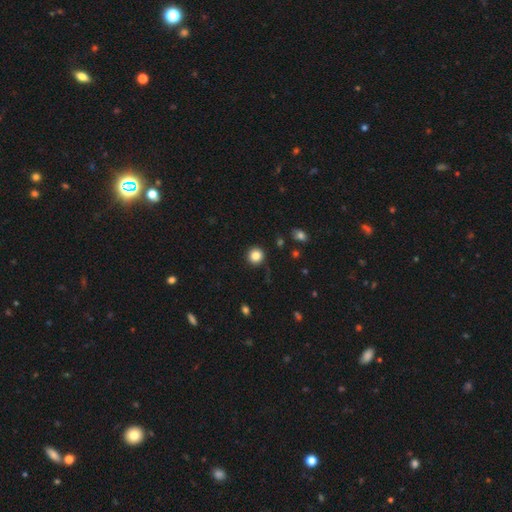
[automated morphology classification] type=smooth (85%); roundness=round (94%); merging=none (89%).